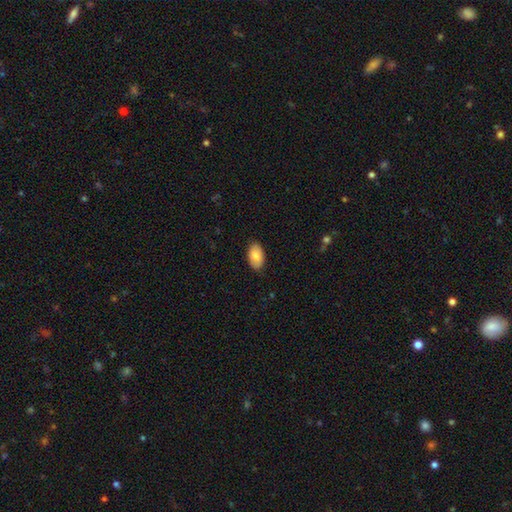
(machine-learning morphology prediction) The model was most divided on "smooth or featured": smooth: 84%, featured or disk: 10%, star or artifact: 6%. More confident: how rounded — in between (95%); merging — none (87%).